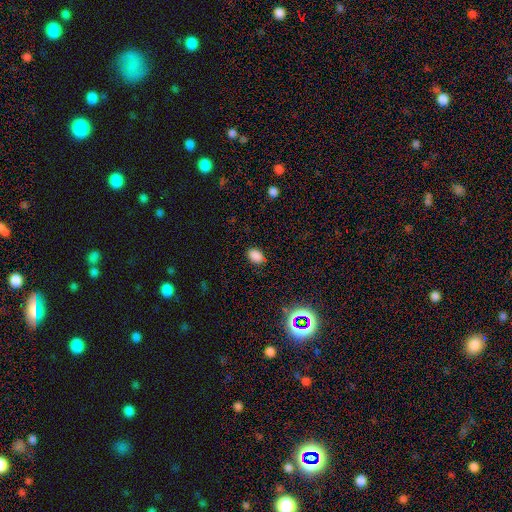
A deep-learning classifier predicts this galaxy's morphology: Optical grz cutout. It shows a smooth galaxy with no disk features (82%) that is in between round and cigar-shaped (76%). Merging: none (82%).